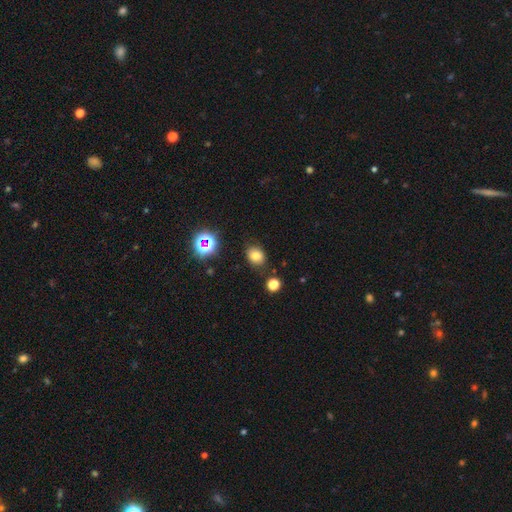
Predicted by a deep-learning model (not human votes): Smooth or featured: smooth — 75% (star or artifact — 17%)
How rounded: in between — 52% (round — 47%)
Merging: none — 81% (minor disturbance — 13%)